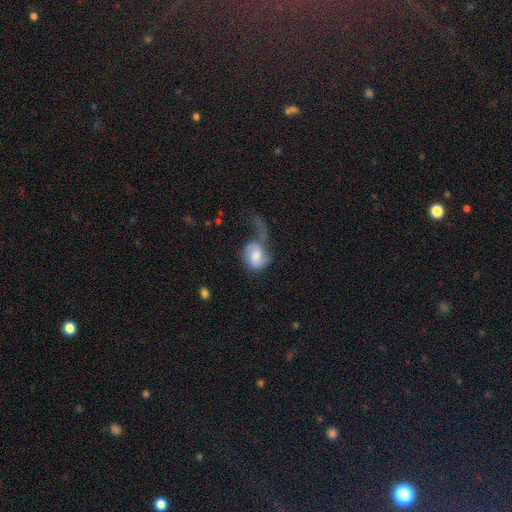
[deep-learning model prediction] smooth 50%, featured or disk 42%, star or artifact 7%. Down the decision tree: how rounded — in between (50%); merging — major disturbance (52%).